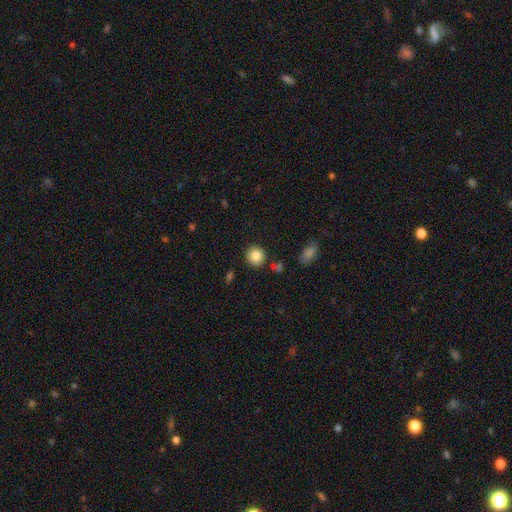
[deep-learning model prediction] This appears to be a smooth galaxy with no disk features (86%) that is round (90%). Merging: none (87%).